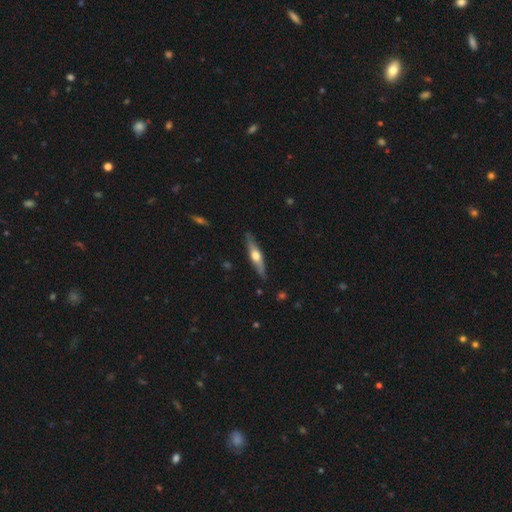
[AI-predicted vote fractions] smooth-or-featured: featured or disk: 59% | smooth: 36% | star or artifact: 5%
  disk-edge-on: yes: 94% | no: 6%
    edge-on-bulge: rounded: 93% | none: 4% | boxy: 3%
  merging: none: 87% | minor disturbance: 10% | major disturbance: 2% | merger: 1%